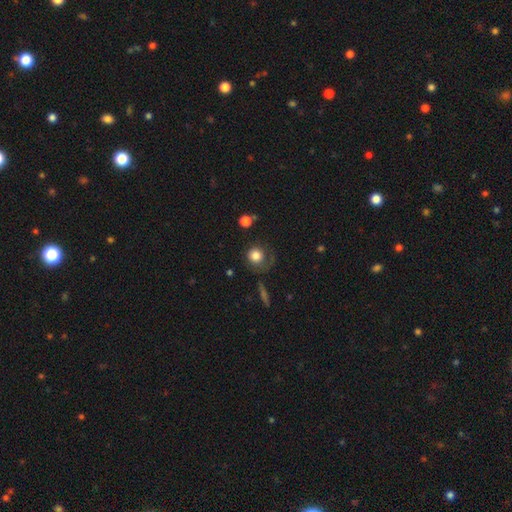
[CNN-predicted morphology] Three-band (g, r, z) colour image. It shows a smooth galaxy with no disk features (79%) that is round (87%). Merging: none (58%).